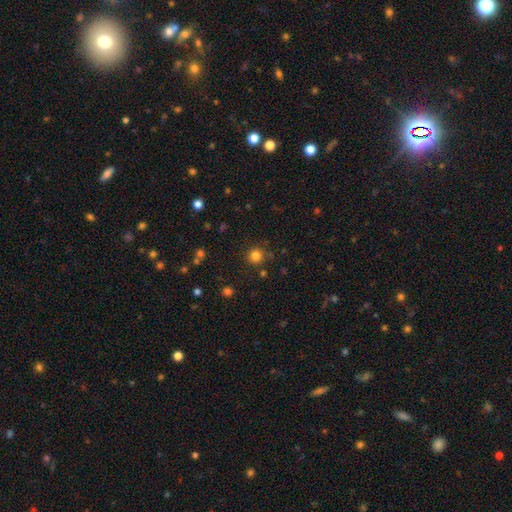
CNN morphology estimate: A smooth galaxy with no disk features (81%) that is round (94%).

Vote fractions:
- Smooth or featured? smooth: 81% / star or artifact: 14% / featured or disk: 5%
- How rounded? round: 94% / in between: 5% / cigar-shaped: 1%
- Merging? none: 87% / minor disturbance: 7% / merger: 3% / major disturbance: 3%